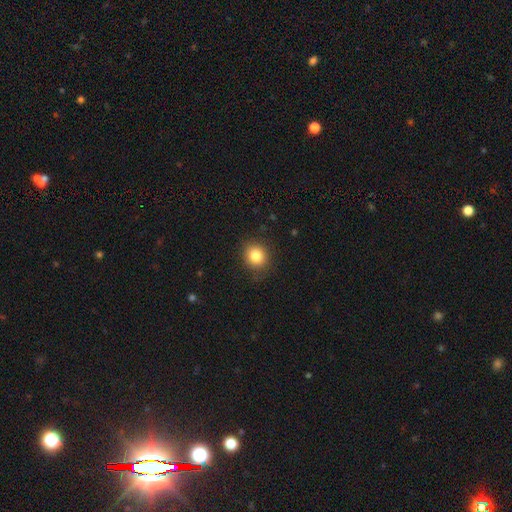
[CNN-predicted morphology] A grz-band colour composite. It shows a smooth galaxy with no disk features (84%) that is round (84%). Merging: none (86%).